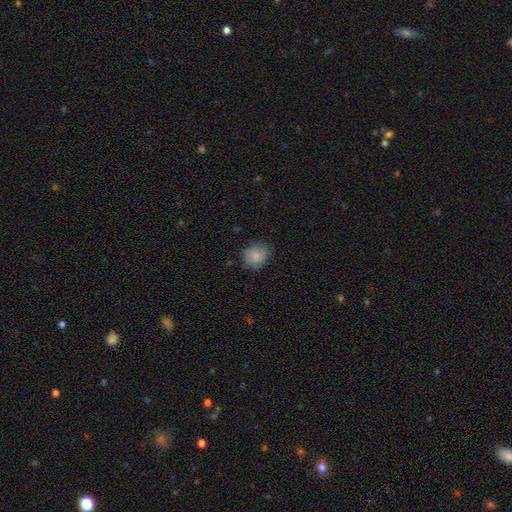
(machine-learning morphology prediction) smooth 83%, featured or disk 9%, star or artifact 8%. Down the decision tree: how rounded — round (69%); merging — none (78%).